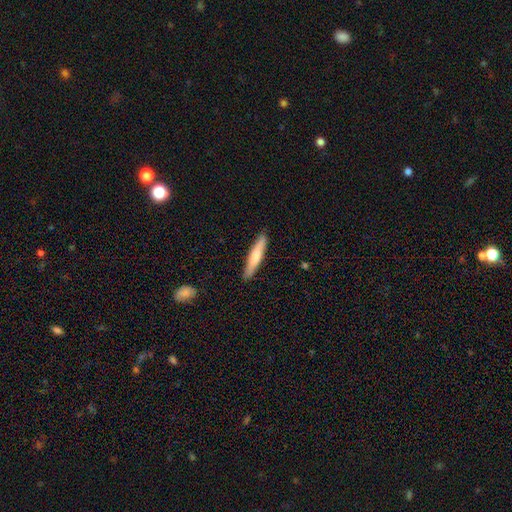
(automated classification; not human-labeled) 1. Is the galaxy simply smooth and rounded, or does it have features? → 68% smooth, 27% featured or disk, 5% star or artifact.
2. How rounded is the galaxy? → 90% cigar-shaped, 9% in between, 1% round.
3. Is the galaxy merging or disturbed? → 89% none, 8% minor disturbance, 2% major disturbance, 1% merger.